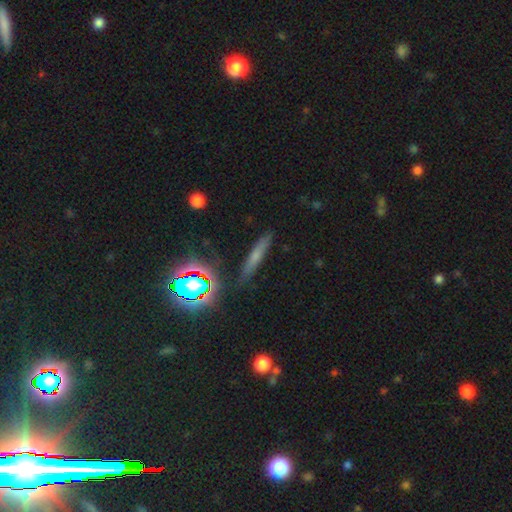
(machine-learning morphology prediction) Smooth or featured? Predicted: smooth (p=0.50). Merging? Predicted: none (p=0.83).